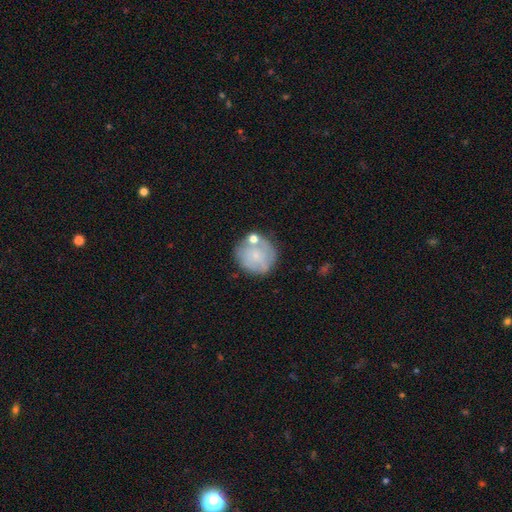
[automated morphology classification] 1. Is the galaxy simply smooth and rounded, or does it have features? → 62% smooth, 30% featured or disk, 8% star or artifact.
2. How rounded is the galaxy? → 88% round, 11% in between, 1% cigar-shaped.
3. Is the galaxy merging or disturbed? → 60% none, 19% minor disturbance, 15% merger, 7% major disturbance.